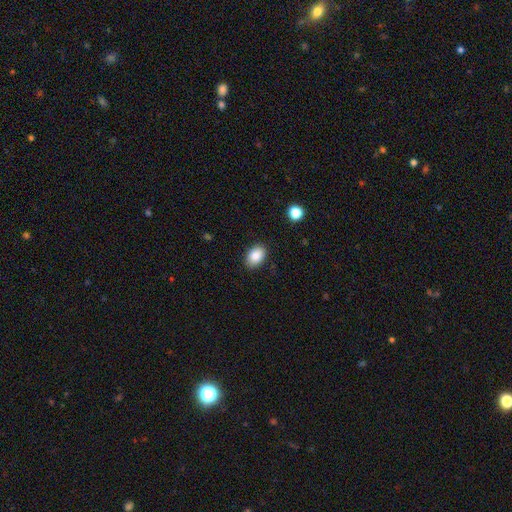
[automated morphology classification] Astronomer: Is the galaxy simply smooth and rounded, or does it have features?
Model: smooth — 87%.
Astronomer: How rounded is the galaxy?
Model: in between — 85%.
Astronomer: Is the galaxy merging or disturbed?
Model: none — 87%.